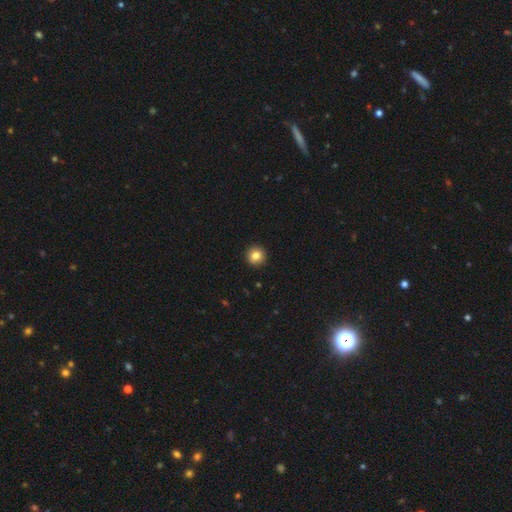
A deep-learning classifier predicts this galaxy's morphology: This is clearly a smooth galaxy (83%). How rounded: clearly round (93%). Merging: clearly none (93%).